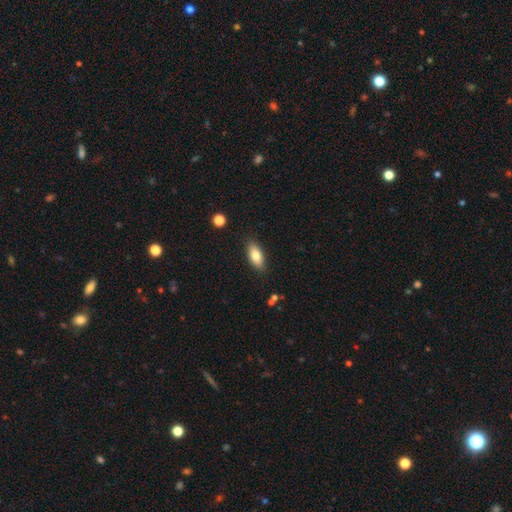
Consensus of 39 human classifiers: This appears to be a smooth galaxy with no disk features (74%) that is in between round and cigar-shaped (79%). Merging: none (77%).